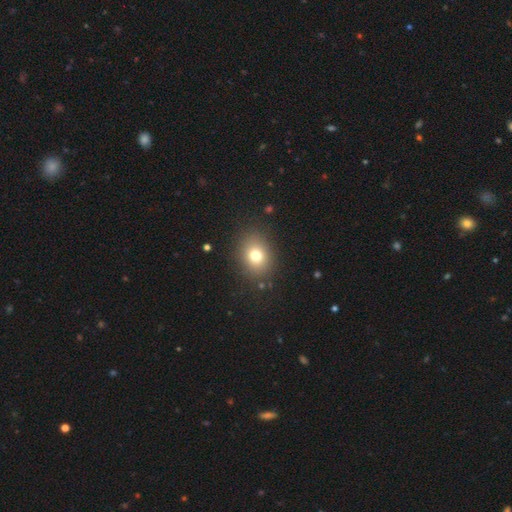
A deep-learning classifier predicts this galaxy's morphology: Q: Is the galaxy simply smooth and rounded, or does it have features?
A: smooth — 76%.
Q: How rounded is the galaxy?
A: in between — 50%.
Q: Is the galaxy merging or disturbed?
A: none — 85%.